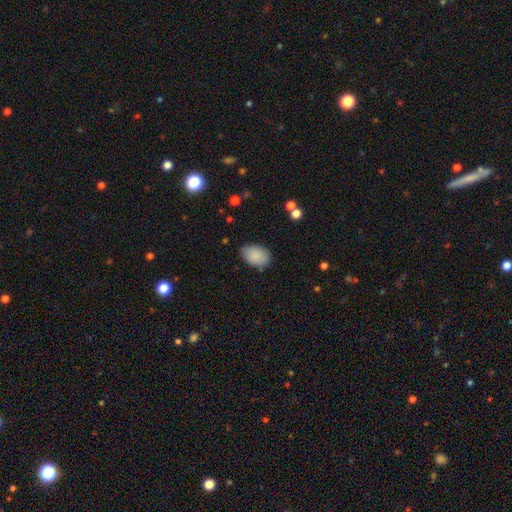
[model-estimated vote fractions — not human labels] Smooth or featured: smooth — 88% (star or artifact — 7%)
How rounded: in between — 88% (round — 11%)
Merging: none — 80% (minor disturbance — 16%)